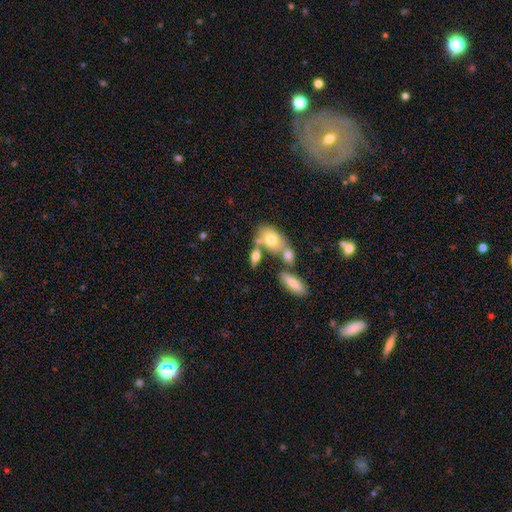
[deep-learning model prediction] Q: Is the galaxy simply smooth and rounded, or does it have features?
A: smooth — 62%.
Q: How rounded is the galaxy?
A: in between — 77%.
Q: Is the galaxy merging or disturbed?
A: none — 42%.